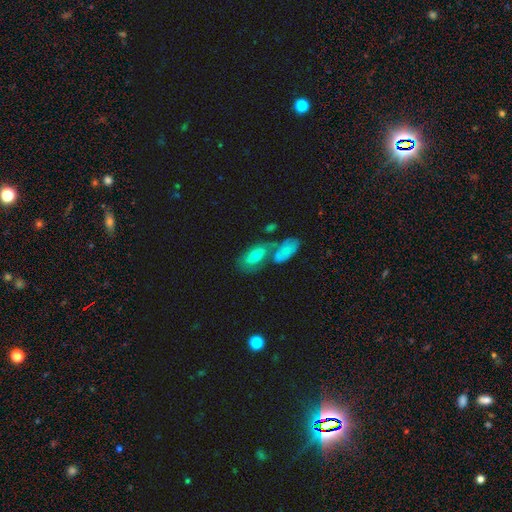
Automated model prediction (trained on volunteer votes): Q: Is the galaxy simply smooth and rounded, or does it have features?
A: smooth — 54%.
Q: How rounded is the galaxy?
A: in between — 89%.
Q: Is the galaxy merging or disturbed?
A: merger — 48%.